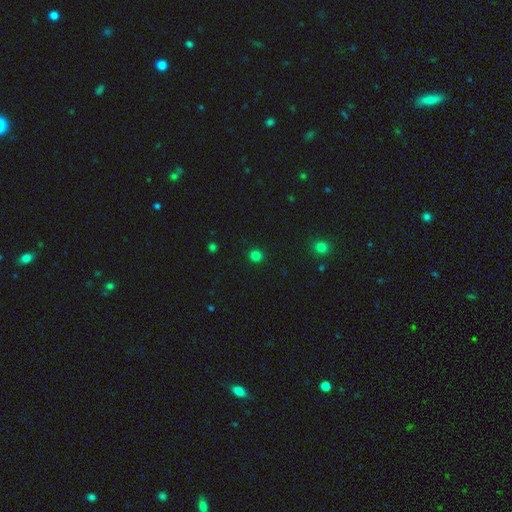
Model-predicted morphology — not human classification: This appears to be a smooth galaxy with no disk features (80%) that is round (93%). Merging: none (92%).